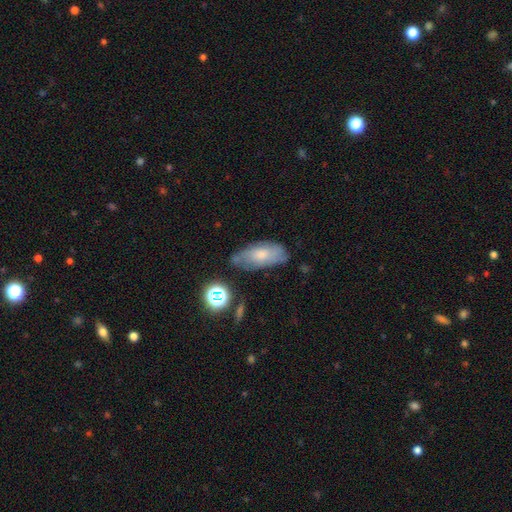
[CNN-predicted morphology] type=smooth (55%); roundness=in between (86%); merging=none (63%).